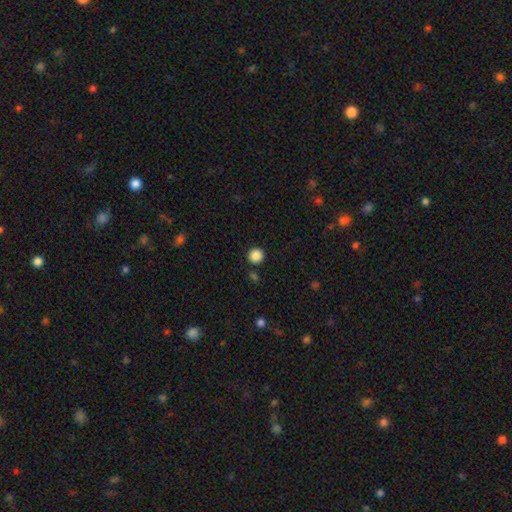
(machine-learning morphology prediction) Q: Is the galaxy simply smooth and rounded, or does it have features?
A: smooth — 87%.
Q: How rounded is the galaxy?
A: round — 95%.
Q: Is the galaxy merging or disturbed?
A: none — 90%.